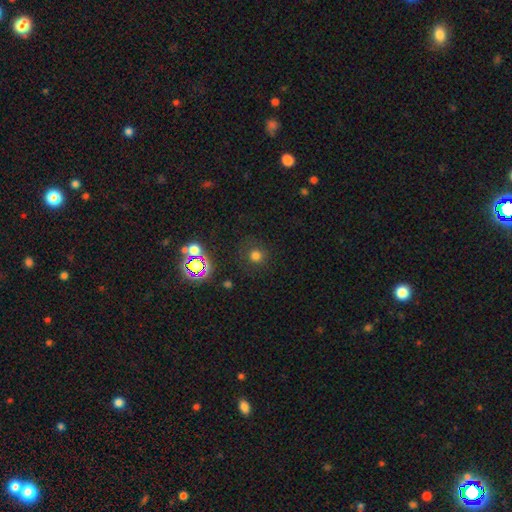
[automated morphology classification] Overall: smooth (71%). How rounded: round (90%). Merging: none (82%).